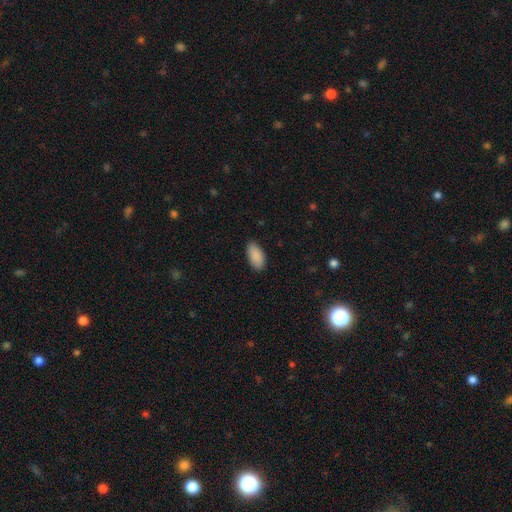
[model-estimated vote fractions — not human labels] A smooth galaxy with no disk features (90%) that is in between round and cigar-shaped (94%). Merging: none (86%).